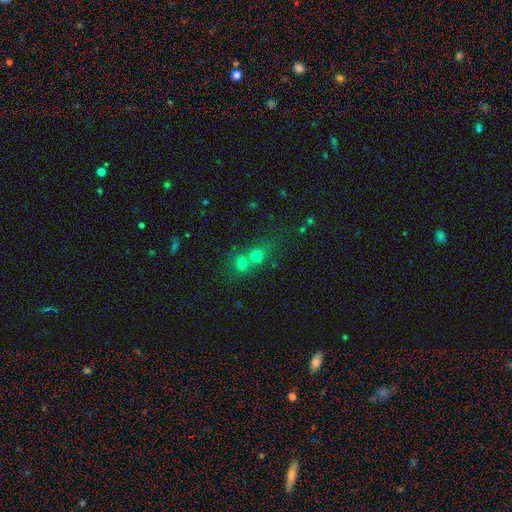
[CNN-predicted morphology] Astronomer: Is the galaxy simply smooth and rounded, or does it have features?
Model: smooth — 53% (runner-up: star or artifact, 29%).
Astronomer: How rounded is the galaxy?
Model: round — 76%.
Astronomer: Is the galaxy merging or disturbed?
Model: merger — 56% (runner-up: none, 35%).